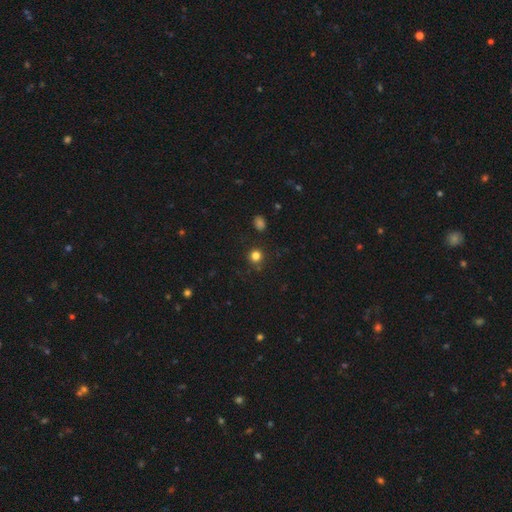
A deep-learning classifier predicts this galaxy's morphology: smooth_or_featured: smooth (p=0.80) [alt: star or artifact p=0.16]
how_rounded: round (p=0.92) [alt: in between p=0.07]
merging: none (p=0.86) [alt: minor disturbance p=0.09]